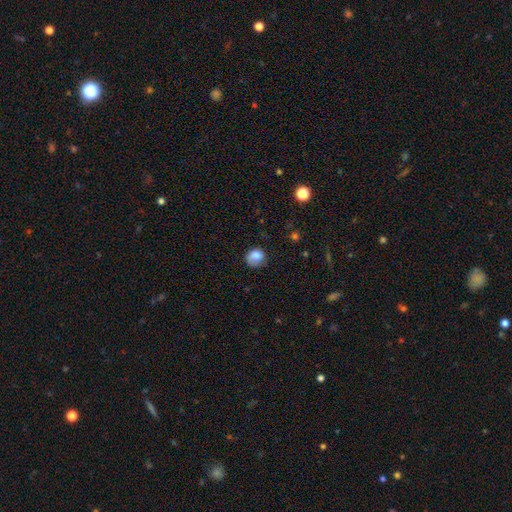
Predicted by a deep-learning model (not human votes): Smooth or featured?
  - smooth: 76% *
  - featured or disk: 15%
  - star or artifact: 9%
How rounded?
  - round: 70% *
  - in between: 29%
  - cigar-shaped: 1%
Merging?
  - none: 52% *
  - minor disturbance: 30%
  - major disturbance: 16%
  - merger: 2%